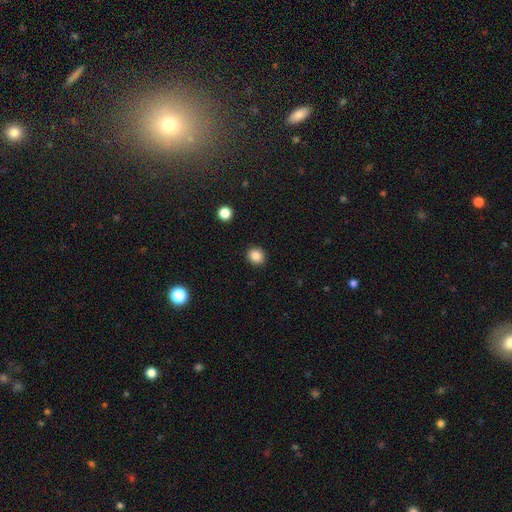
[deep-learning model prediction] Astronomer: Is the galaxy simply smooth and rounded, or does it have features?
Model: smooth — 86%.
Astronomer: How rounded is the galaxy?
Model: round — 80%.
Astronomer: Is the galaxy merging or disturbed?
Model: none — 91%.